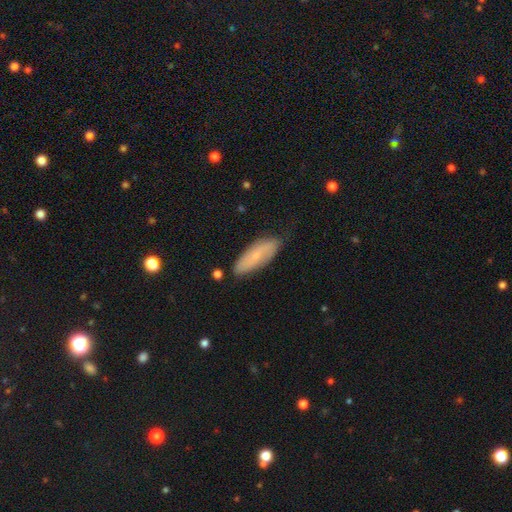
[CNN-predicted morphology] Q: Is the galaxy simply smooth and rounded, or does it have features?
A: smooth — 62%.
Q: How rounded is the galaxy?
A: in between — 64%.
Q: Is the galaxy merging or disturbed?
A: none — 75%.